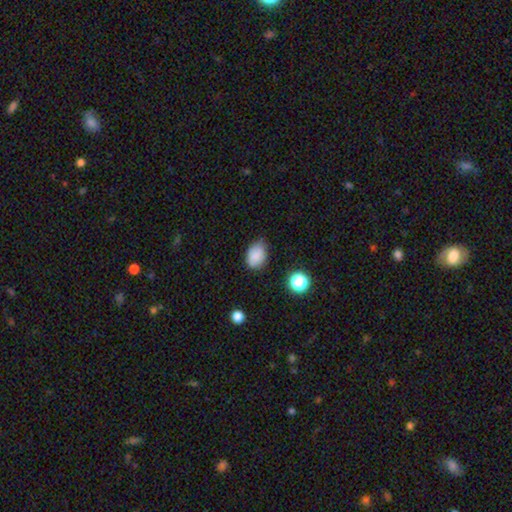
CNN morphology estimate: Q: Smooth or featured?
A: smooth (85%); runner-up: star or artifact (10%)
Q: How rounded?
A: in between (77%); runner-up: round (22%)
Q: Merging?
A: none (68%); runner-up: minor disturbance (26%)